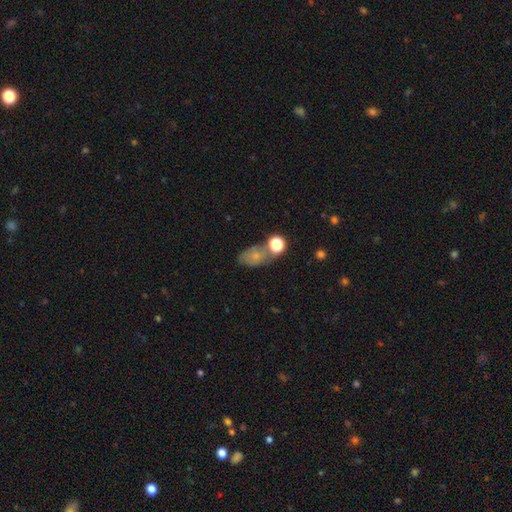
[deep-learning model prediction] Smooth or featured: smooth — 64% (featured or disk — 20%)
How rounded: in between — 78% (round — 20%)
Merging: none — 45% (merger — 23%)